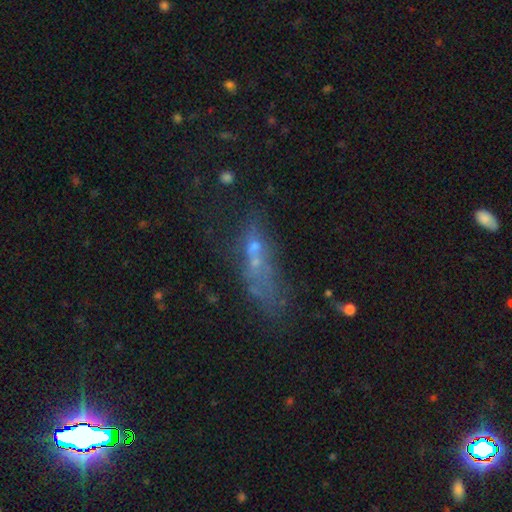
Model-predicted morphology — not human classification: The model was most divided on "smooth or featured": smooth: 39%, featured or disk: 32%, star or artifact: 28%. Remaining: merging — none (37%).